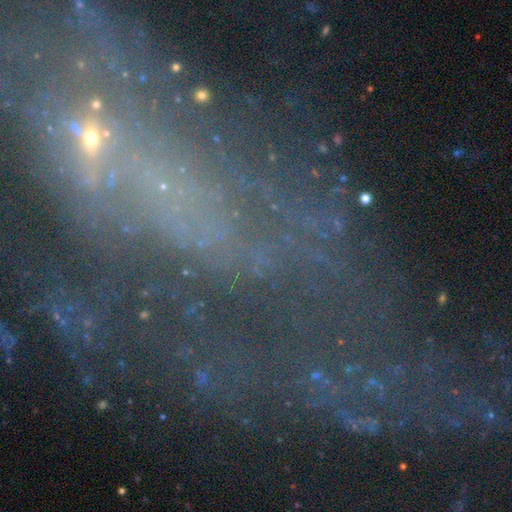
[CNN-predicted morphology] Overall: featured or disk (46%; star or artifact 38%). Merging: none (52%; major disturbance 23%).